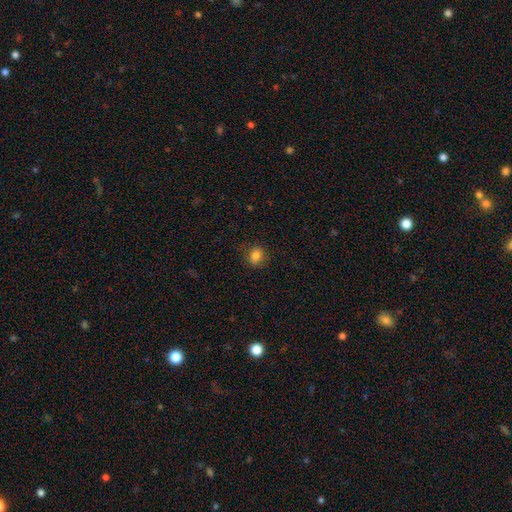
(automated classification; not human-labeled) This appears to be a smooth galaxy with no disk features (83%) that is round (60%). Merging: none (82%).